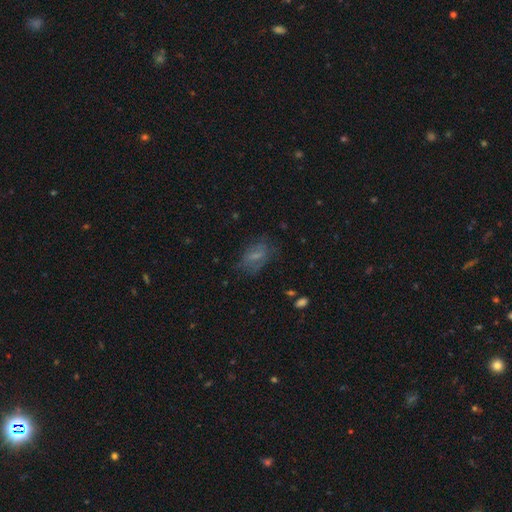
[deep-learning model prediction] Smooth or featured?
  - smooth: 56% *
  - featured or disk: 30%
  - star or artifact: 14%
How rounded?
  - in between: 84% *
  - round: 11%
  - cigar-shaped: 5%
Merging?
  - none: 59% *
  - minor disturbance: 23%
  - major disturbance: 15%
  - merger: 2%